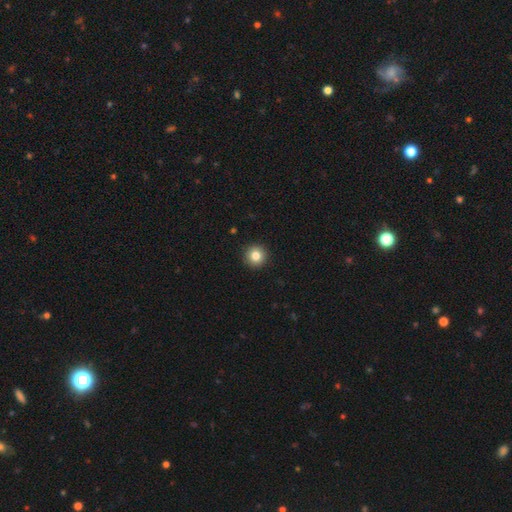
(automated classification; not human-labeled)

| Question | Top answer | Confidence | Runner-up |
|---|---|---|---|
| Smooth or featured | smooth | 83% | star or artifact (10%) |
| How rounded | round | 96% | in between (3%) |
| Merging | none | 93% | minor disturbance (4%) |